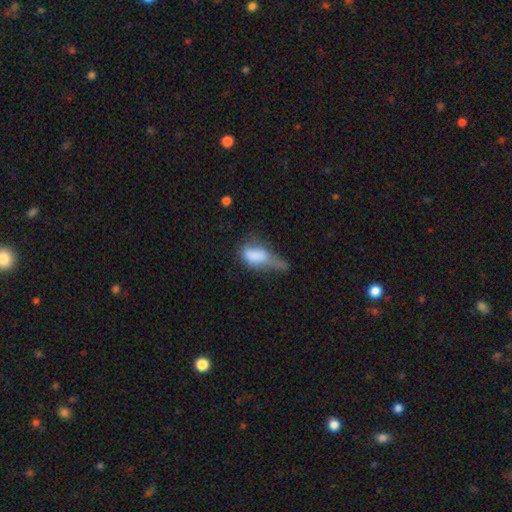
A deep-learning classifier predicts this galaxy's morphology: Overall: smooth (69%). How rounded: in between (84%). Merging: major disturbance (44%; minor disturbance 26%).